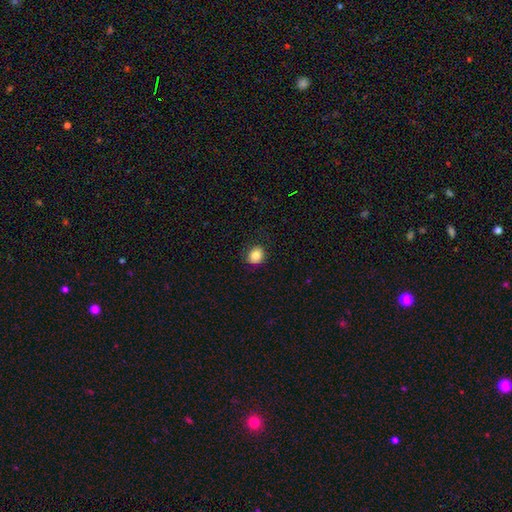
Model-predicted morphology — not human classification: Q: Smooth or featured?
A: smooth (84%); runner-up: star or artifact (9%)
Q: How rounded?
A: round (65%); runner-up: in between (34%)
Q: Merging?
A: none (87%); runner-up: minor disturbance (10%)